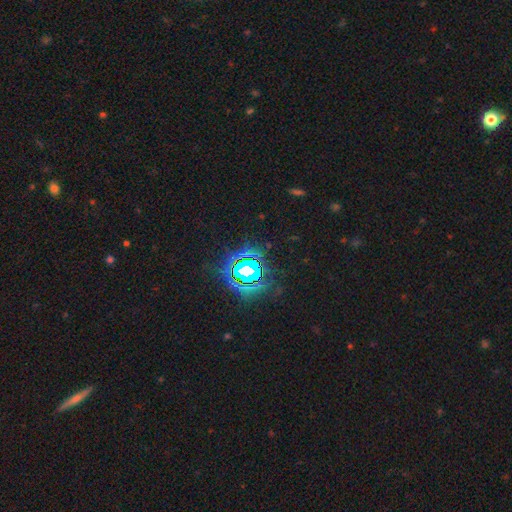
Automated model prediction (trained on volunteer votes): A star or artifact, not a galaxy (84%).

Vote fractions:
- Smooth or featured? star or artifact: 84% / smooth: 10% / featured or disk: 6%